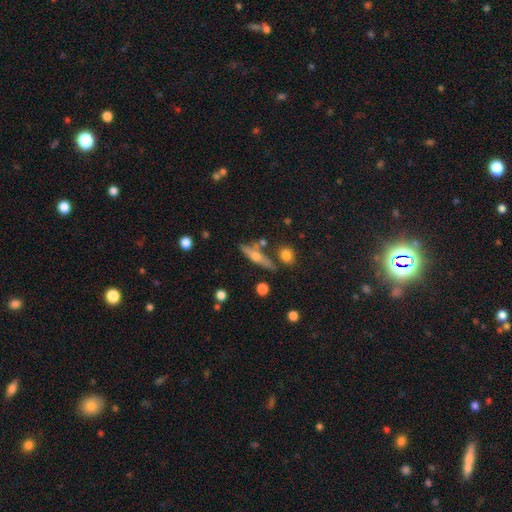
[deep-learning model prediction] Smooth or featured: featured or disk — 54% (smooth — 38%)
Edge-on disk: yes — 91% (no — 9%)
Merging: none — 72% (minor disturbance — 14%)